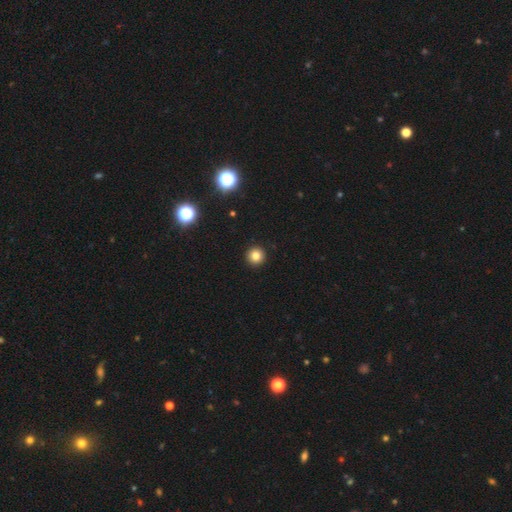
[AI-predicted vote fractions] Smooth or featured? Predicted: smooth (p=0.81). How rounded? Predicted: round (p=0.96). Merging? Predicted: none (p=0.94).